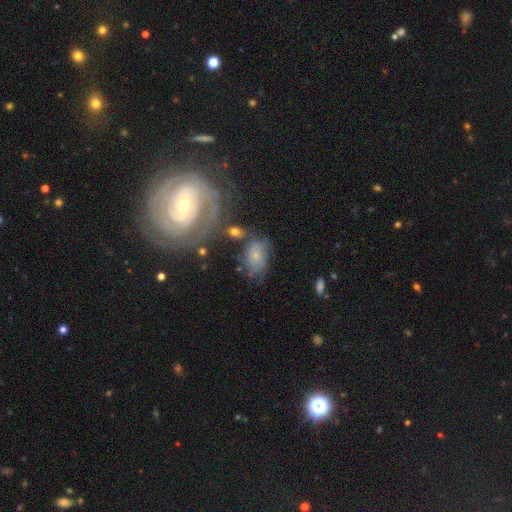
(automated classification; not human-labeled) featured or disk 47%, smooth 42%, star or artifact 12%. Down the decision tree: merging — none (46%).